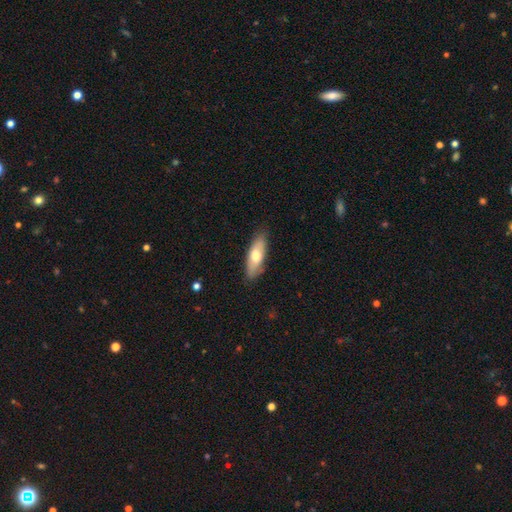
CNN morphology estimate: smooth_or_featured: smooth (p=0.64) [alt: featured or disk p=0.30]
how_rounded: in between (p=0.68) [alt: cigar-shaped p=0.30]
merging: none (p=0.84) [alt: minor disturbance p=0.13]